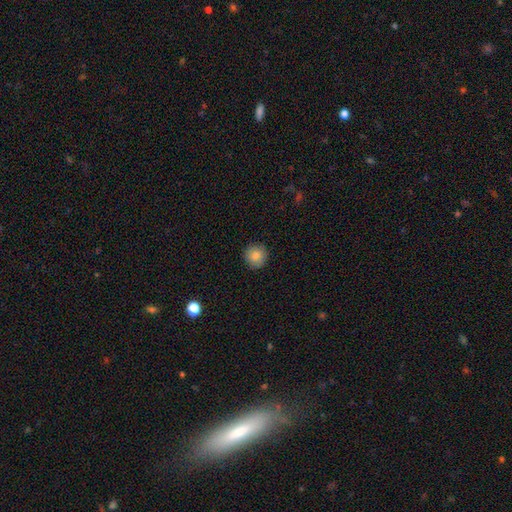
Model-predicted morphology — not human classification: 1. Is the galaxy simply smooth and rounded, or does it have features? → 85% smooth, 9% star or artifact, 6% featured or disk.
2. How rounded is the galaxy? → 94% round, 5% in between, 1% cigar-shaped.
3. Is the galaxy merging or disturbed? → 91% none, 6% minor disturbance, 2% major disturbance, 1% merger.